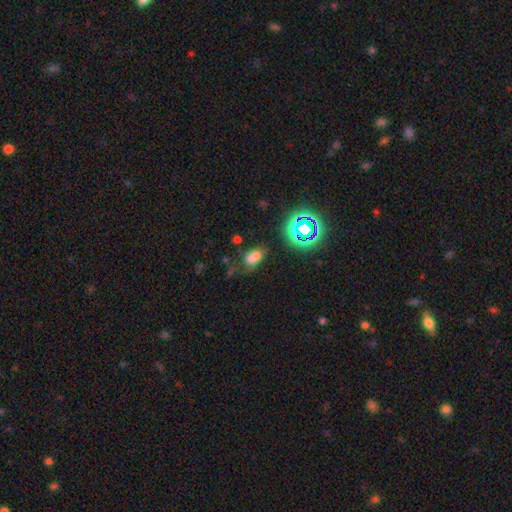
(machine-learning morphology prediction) This is likely a smooth galaxy (61%). How rounded: likely in between (70%). Merging: marginally none (38%).